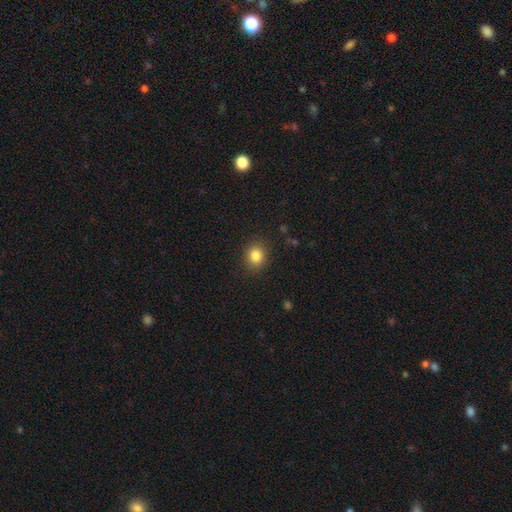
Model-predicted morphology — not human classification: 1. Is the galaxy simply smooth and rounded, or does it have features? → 84% smooth, 11% star or artifact, 6% featured or disk.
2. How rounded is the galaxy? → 68% round, 32% in between, 1% cigar-shaped.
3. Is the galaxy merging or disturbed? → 88% none, 8% minor disturbance, 3% major disturbance, 1% merger.